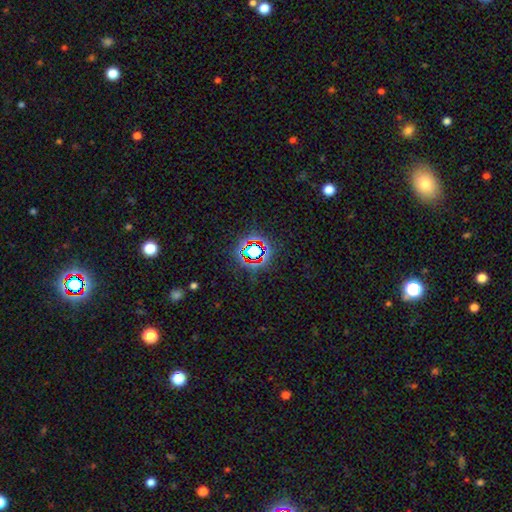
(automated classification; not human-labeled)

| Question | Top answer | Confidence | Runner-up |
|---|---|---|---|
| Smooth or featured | star or artifact | 71% | smooth (19%) |